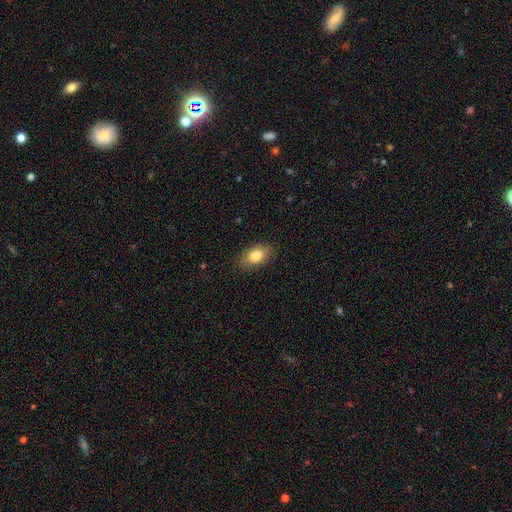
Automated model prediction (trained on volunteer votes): The model was most divided on "smooth or featured": smooth: 82%, featured or disk: 11%, star or artifact: 7%. More confident: how rounded — in between (90%); merging — none (85%).